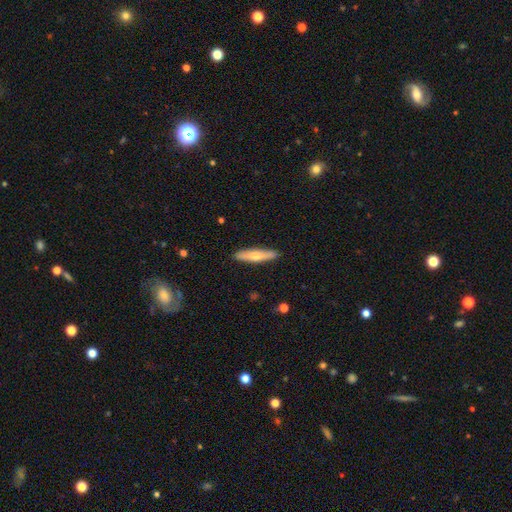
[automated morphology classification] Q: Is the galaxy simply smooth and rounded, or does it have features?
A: smooth — 57%.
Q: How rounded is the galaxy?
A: cigar-shaped — 87%.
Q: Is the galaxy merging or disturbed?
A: none — 90%.